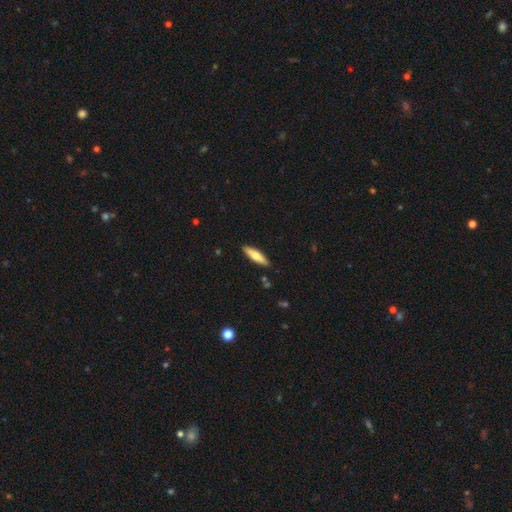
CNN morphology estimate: Overall: smooth (65%; featured or disk 29%). How rounded: cigar-shaped (71%). Merging: none (89%).